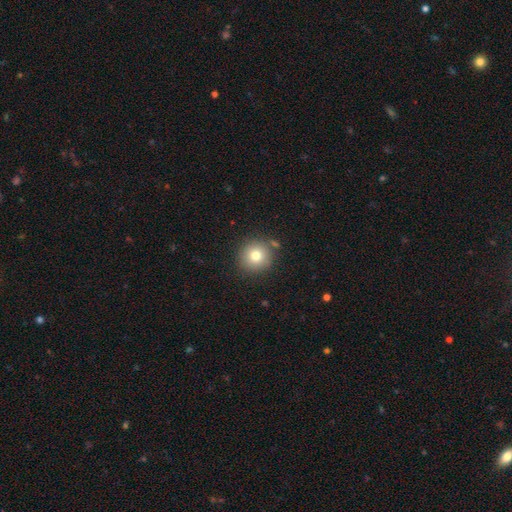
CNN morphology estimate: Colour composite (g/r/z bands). It shows a smooth galaxy with no disk features (78%) that is round (94%). Merging: none (84%).